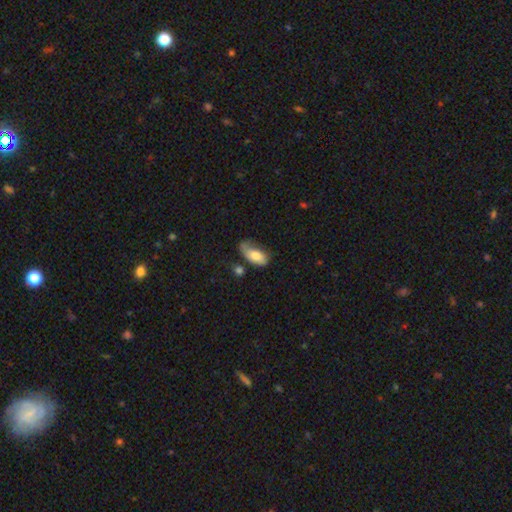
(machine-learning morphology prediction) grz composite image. It shows a smooth galaxy with no disk features (71%) that is in between round and cigar-shaped (91%). Merging: none (34%).